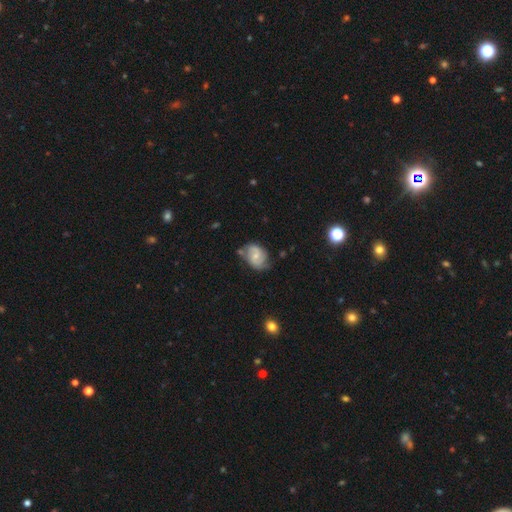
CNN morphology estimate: smooth_or_featured: featured or disk (p=0.65) [alt: smooth p=0.27]
disk_edge_on: no (p=0.97) [alt: yes p=0.03]
bar: no (p=0.50) [alt: weak p=0.42]
has_spiral_arms: yes (p=0.88) [alt: no p=0.12]
spiral_winding: medium (p=0.46) [alt: tight p=0.33]
spiral_arm_count: 2 (p=0.78) [alt: can't tell p=0.13]
bulge_size: small (p=0.52) [alt: moderate p=0.41]
merging: none (p=0.58) [alt: minor disturbance p=0.27]